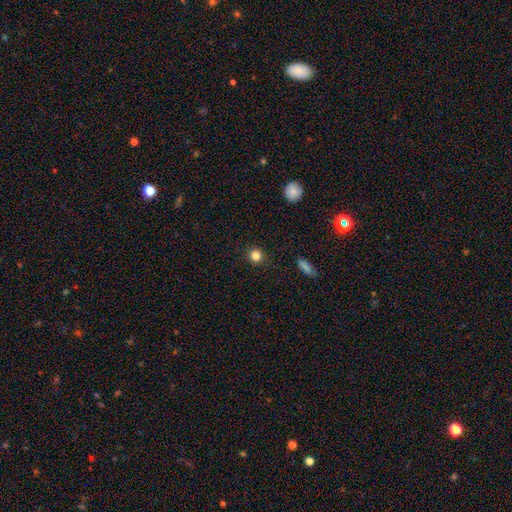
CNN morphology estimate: Smooth or featured? Predicted: smooth (p=0.83). How rounded? Predicted: round (p=0.91). Merging? Predicted: none (p=0.91).